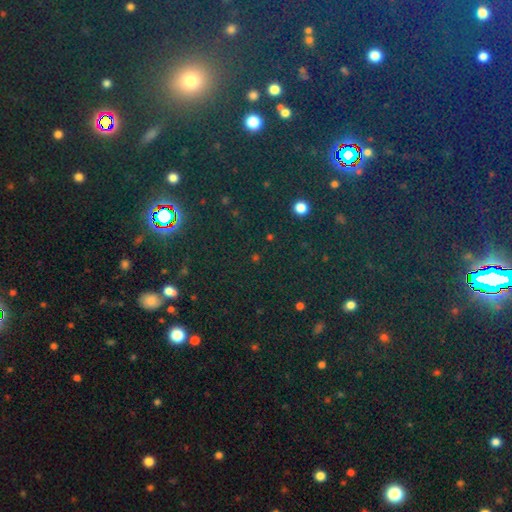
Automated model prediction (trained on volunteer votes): The model was most divided on "smooth or featured": star or artifact: 70%, smooth: 22%, featured or disk: 8%.